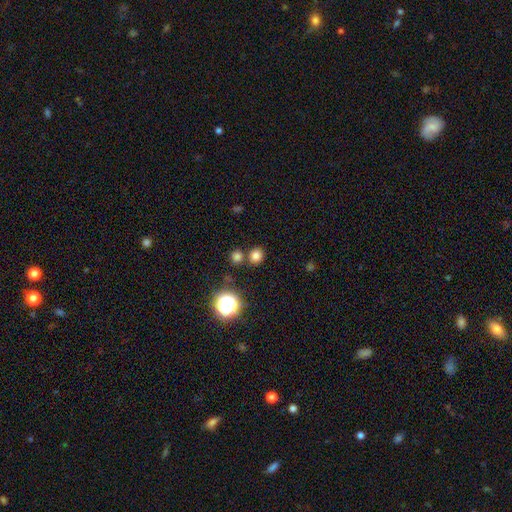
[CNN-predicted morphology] This is likely a smooth galaxy (76%). How rounded: clearly round (81%). Merging: likely none (75%).